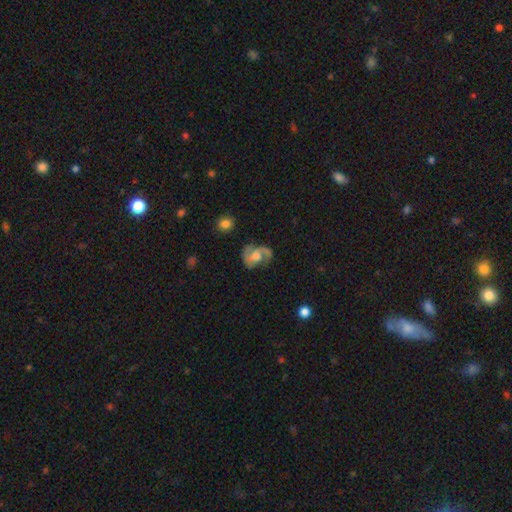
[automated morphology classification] A featured or disk galaxy (78%) with no bar (54%), 2 (82%) medium (51%) spiral arms (93%) and a moderate central bulge (51%).

Vote fractions:
- Smooth or featured? featured or disk: 78% / smooth: 15% / star or artifact: 7%
- Edge-on disk? no: 98% / yes: 2%
- Bar? no: 54% / weak: 37% / strong: 8%
- Spiral arms? yes: 93% / no: 7%
- Spiral winding? medium: 51% / loose: 30% / tight: 18%
- Spiral arm count? 2: 82% / 1: 6% / can't tell: 5% / 3: 4% / 4: 1% / more than 4: 1%
- Bulge size? moderate: 51% / small: 20% / large: 18% / none: 10% / dominant: 2%
- Merging? none: 61% / minor disturbance: 21% / major disturbance: 16% / merger: 3%